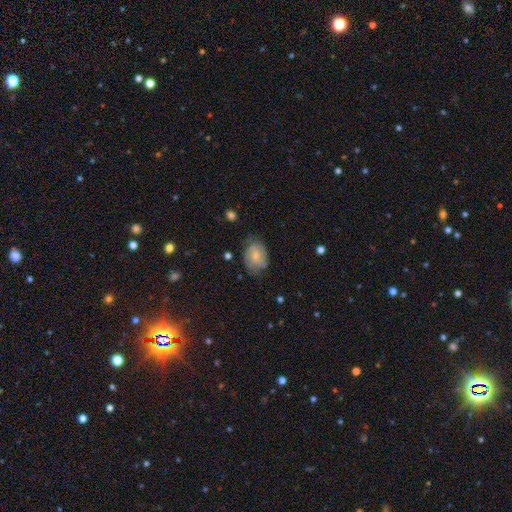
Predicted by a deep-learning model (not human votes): Smooth or featured? featured or disk (48%)
Merging? none (64%)